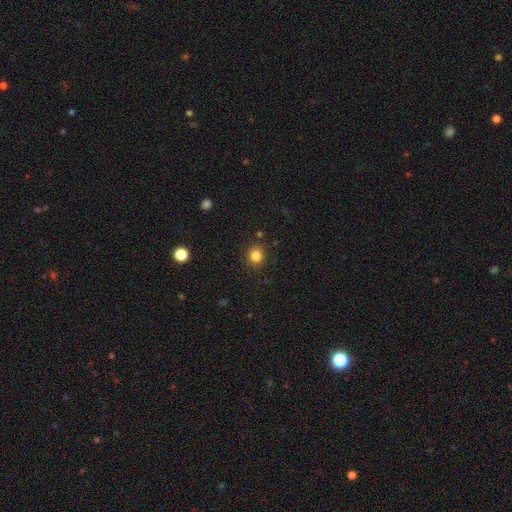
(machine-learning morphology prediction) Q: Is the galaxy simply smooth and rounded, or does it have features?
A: smooth — 83%.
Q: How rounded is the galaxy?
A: round — 83%.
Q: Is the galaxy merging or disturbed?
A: none — 88%.